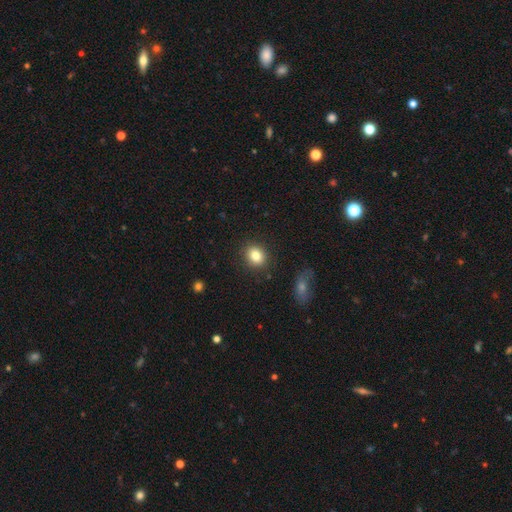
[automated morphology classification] This is clearly a smooth galaxy (84%). How rounded: possibly round (57%). Merging: clearly none (87%).